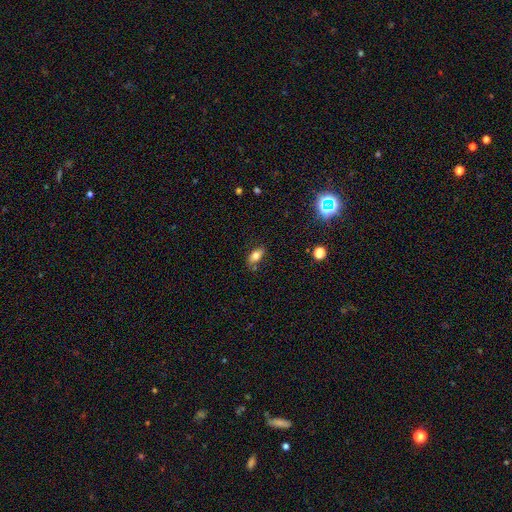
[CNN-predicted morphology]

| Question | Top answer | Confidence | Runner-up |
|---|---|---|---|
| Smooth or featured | smooth | 76% | featured or disk (14%) |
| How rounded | in between | 87% | cigar-shaped (7%) |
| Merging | none | 79% | minor disturbance (15%) |